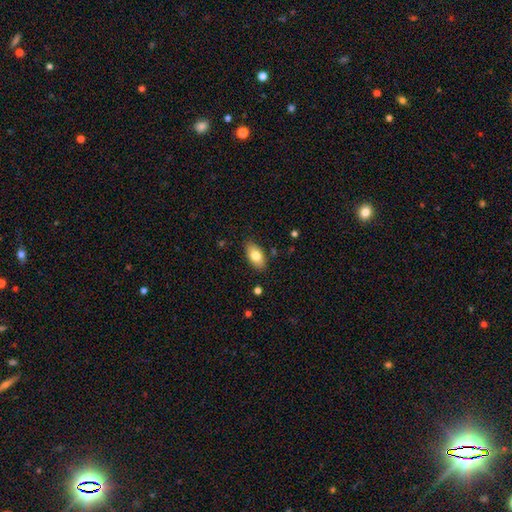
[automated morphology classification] Smooth or featured? Predicted: smooth (p=0.79). How rounded? Predicted: in between (p=0.93). Merging? Predicted: none (p=0.86).